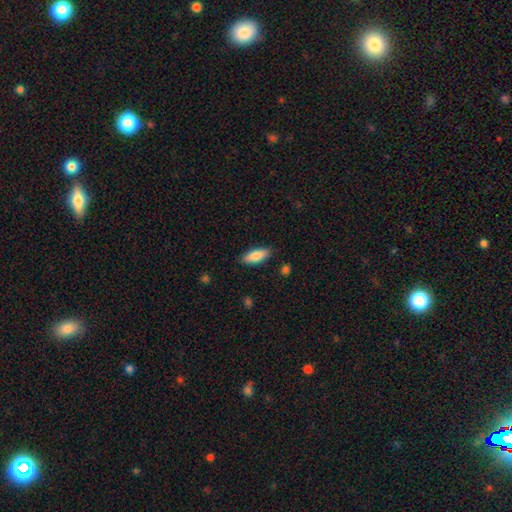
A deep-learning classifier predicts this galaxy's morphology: Smooth or featured?
  - smooth: 83% *
  - featured or disk: 10%
  - star or artifact: 6%
How rounded?
  - in between: 72% *
  - cigar-shaped: 26%
  - round: 2%
Merging?
  - none: 87% *
  - minor disturbance: 10%
  - major disturbance: 2%
  - merger: 1%